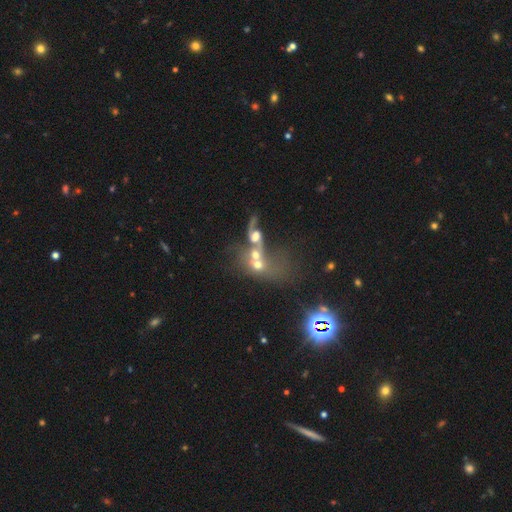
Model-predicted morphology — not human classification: Q: Smooth or featured?
A: featured or disk (47%); runner-up: smooth (38%)
Q: Merging?
A: merger (70%); runner-up: major disturbance (13%)